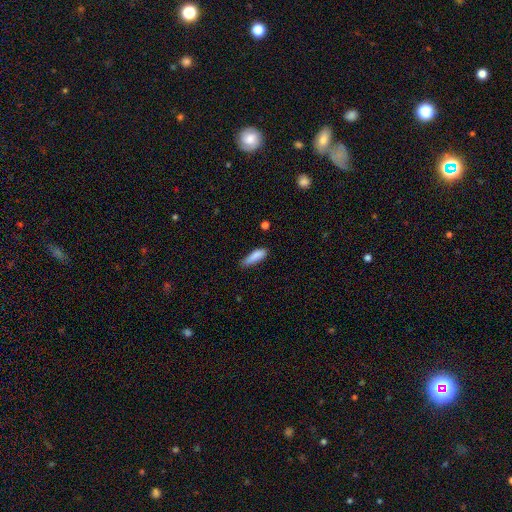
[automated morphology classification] type=smooth (85%); roundness=cigar-shaped (60%); merging=none (63%).